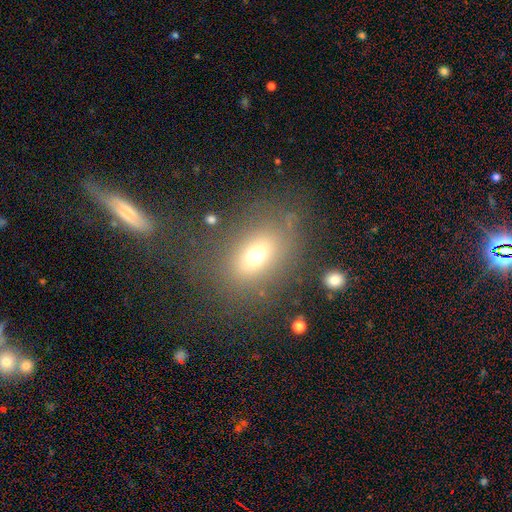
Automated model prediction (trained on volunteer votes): smooth 66%, featured or disk 17%, star or artifact 16%. Down the decision tree: how rounded — in between (65%); merging — none (72%).